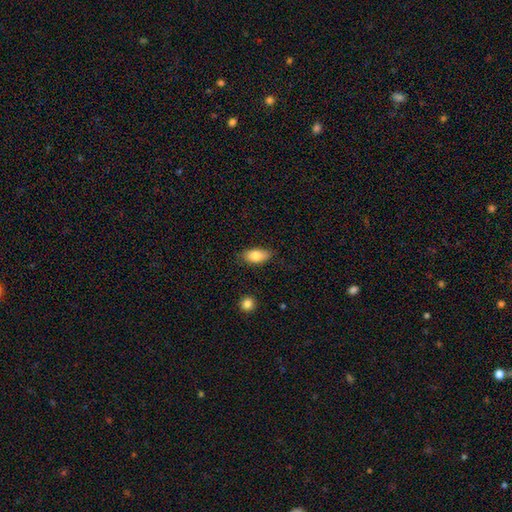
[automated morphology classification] smooth_or_featured: smooth (p=0.82) [alt: featured or disk p=0.10]
how_rounded: in between (p=0.90) [alt: cigar-shaped p=0.06]
merging: none (p=0.80) [alt: minor disturbance p=0.15]